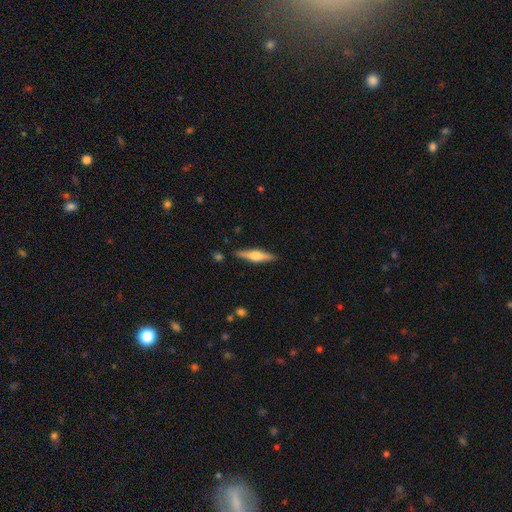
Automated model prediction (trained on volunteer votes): featured or disk 56%, smooth 38%, star or artifact 6%. Down the decision tree: edge-on disk — yes (96%); edge-on bulge — rounded (88%); merging — none (88%).